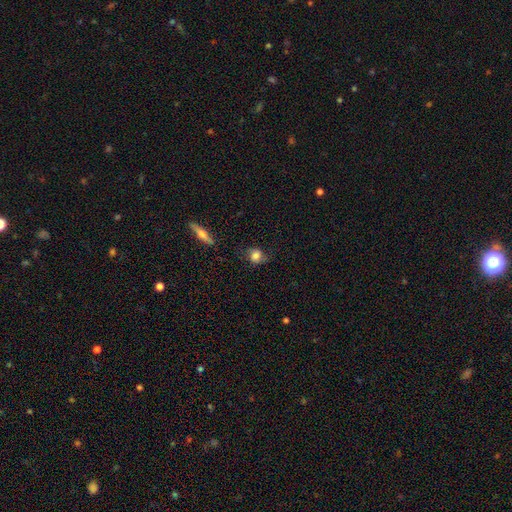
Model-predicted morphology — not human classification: Q: Smooth or featured?
A: smooth (71%); runner-up: featured or disk (20%)
Q: How rounded?
A: round (63%); runner-up: in between (34%)
Q: Merging?
A: none (60%); runner-up: minor disturbance (26%)